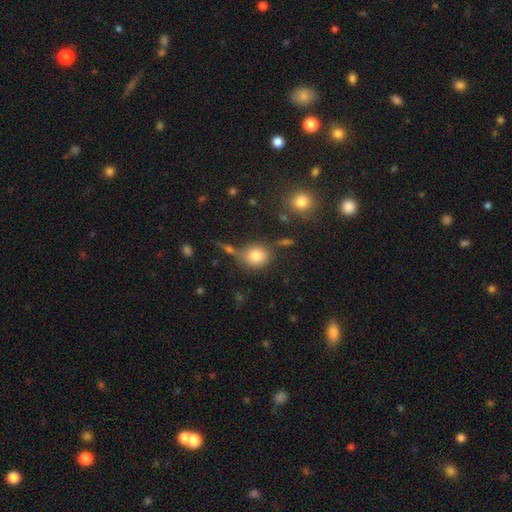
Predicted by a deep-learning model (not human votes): Q: Smooth or featured?
A: smooth (81%); runner-up: star or artifact (10%)
Q: How rounded?
A: round (78%); runner-up: in between (20%)
Q: Merging?
A: none (59%); runner-up: minor disturbance (17%)